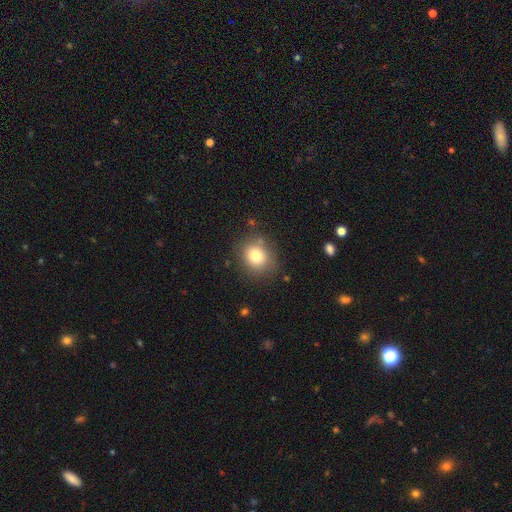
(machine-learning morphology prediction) Smooth or featured? smooth (78%)
How rounded? round (75%)
Merging? none (80%)